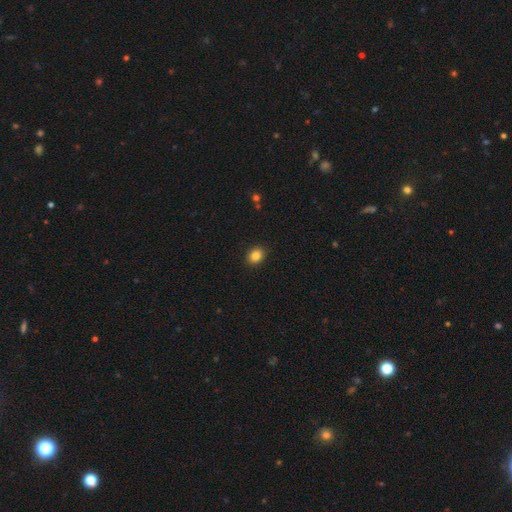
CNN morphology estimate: Overall: smooth (84%). How rounded: round (56%; in between 43%). Merging: none (91%).